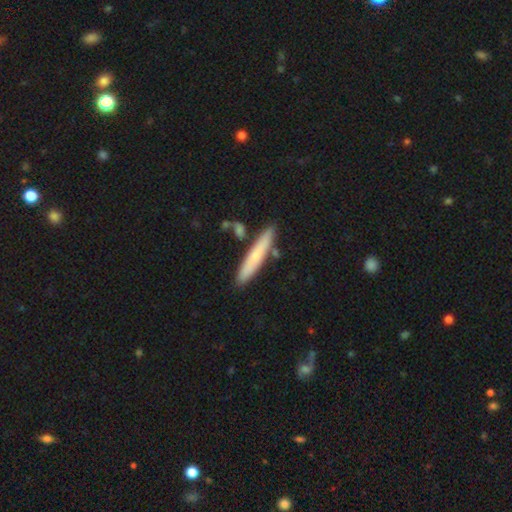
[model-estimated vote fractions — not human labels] Smooth or featured: smooth — 67% (featured or disk — 27%)
How rounded: cigar-shaped — 93% (in between — 6%)
Merging: none — 83% (minor disturbance — 10%)